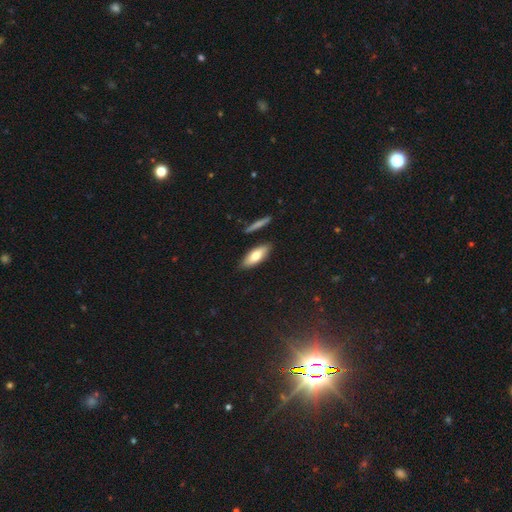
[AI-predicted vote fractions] Morphology: type=smooth (73%); roundness=in between (69%); merging=none (83%).